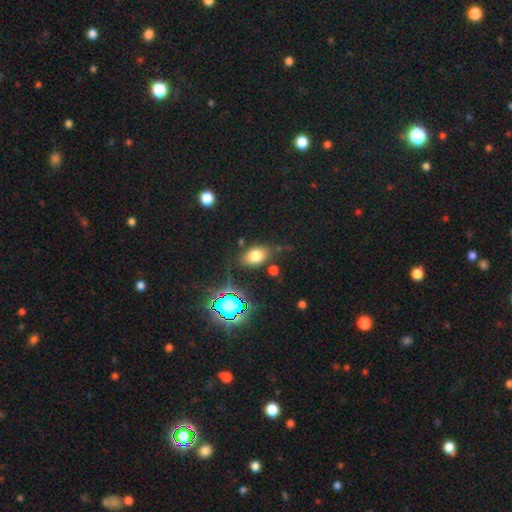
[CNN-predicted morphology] smooth 72%, star or artifact 17%, featured or disk 11%. Down the decision tree: how rounded — in between (84%); merging — none (77%).